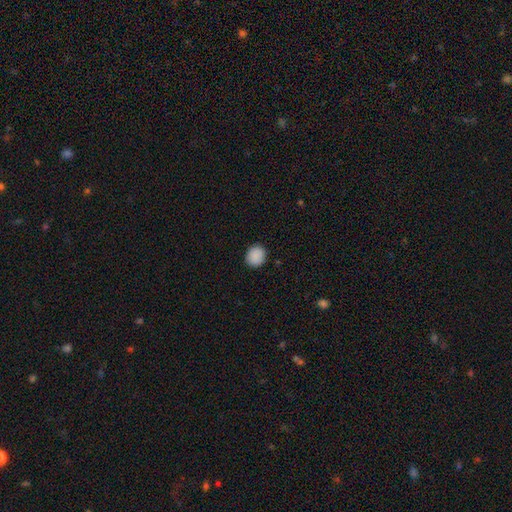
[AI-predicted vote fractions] Smooth or featured? smooth (89%)
How rounded? round (75%)
Merging? none (89%)